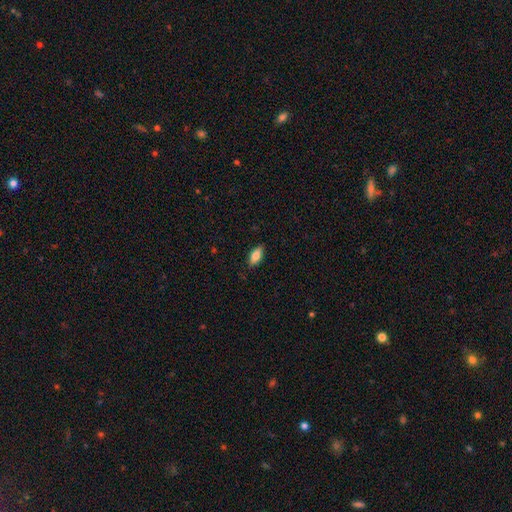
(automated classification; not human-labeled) Q: Smooth or featured?
A: smooth (79%); runner-up: featured or disk (14%)
Q: How rounded?
A: in between (84%); runner-up: cigar-shaped (13%)
Q: Merging?
A: none (87%); runner-up: minor disturbance (10%)